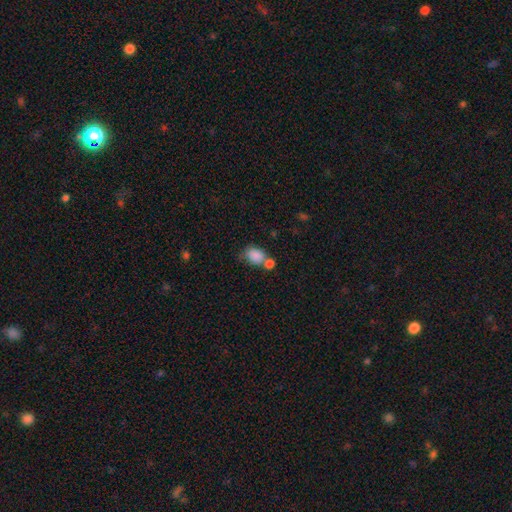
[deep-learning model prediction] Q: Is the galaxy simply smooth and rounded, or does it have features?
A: smooth — 85%.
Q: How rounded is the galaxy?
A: in between — 66%.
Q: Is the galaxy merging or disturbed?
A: merger — 40%.